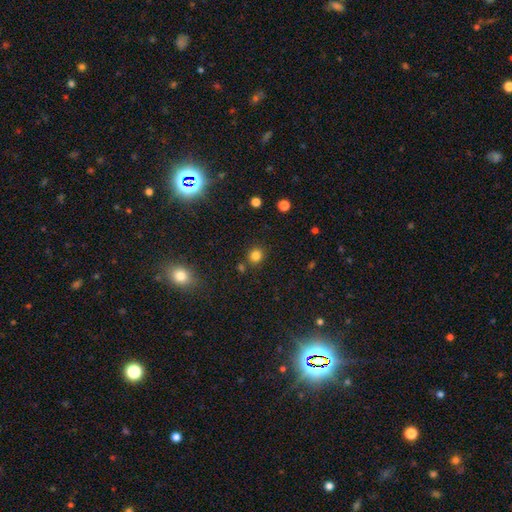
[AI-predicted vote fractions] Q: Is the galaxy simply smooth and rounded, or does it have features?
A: smooth — 81%.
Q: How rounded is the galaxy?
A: round — 87%.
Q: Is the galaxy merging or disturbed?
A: none — 82%.